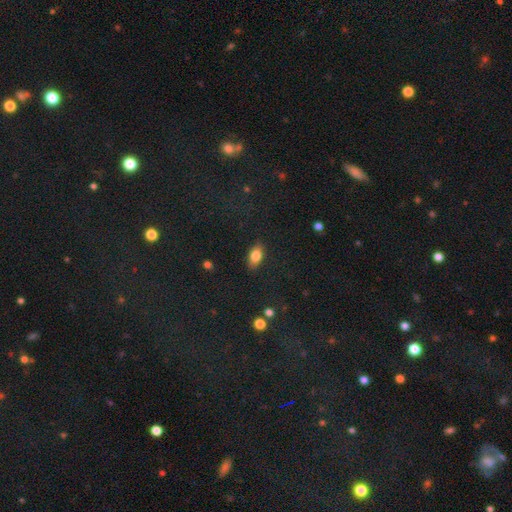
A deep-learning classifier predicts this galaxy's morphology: Smooth or featured? Predicted: smooth (p=0.81). How rounded? Predicted: in between (p=0.88). Merging? Predicted: none (p=0.86).